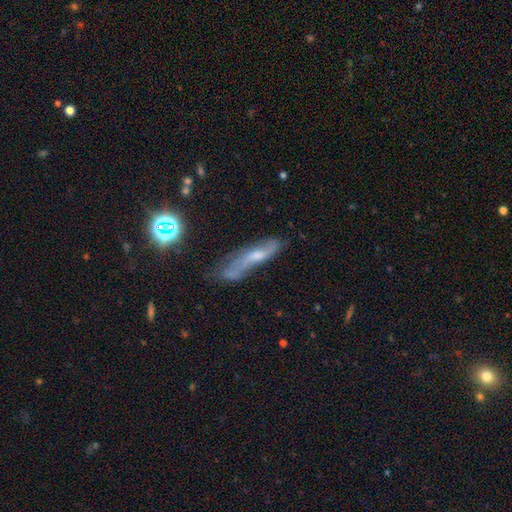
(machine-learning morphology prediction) Smooth or featured?
  - featured or disk: 54% *
  - smooth: 30%
  - star or artifact: 16%
Edge-on disk?
  - no: 53% *
  - yes: 47%
Merging?
  - none: 47% *
  - minor disturbance: 28%
  - major disturbance: 17%
  - merger: 8%